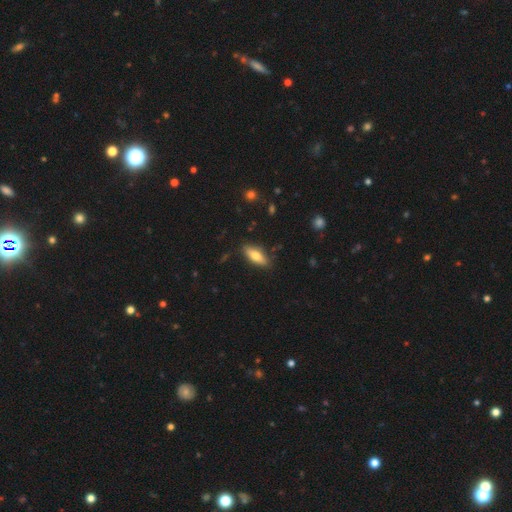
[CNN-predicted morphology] Smooth or featured? smooth (71%)
How rounded? in between (65%)
Merging? none (85%)